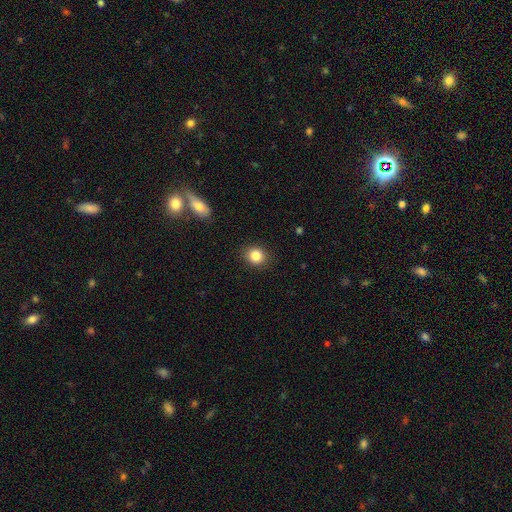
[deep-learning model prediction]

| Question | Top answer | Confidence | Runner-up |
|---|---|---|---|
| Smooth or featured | smooth | 84% | star or artifact (10%) |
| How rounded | round | 75% | in between (24%) |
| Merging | none | 89% | minor disturbance (8%) |